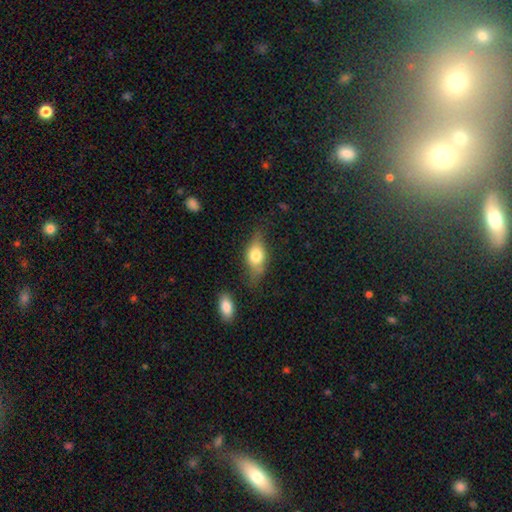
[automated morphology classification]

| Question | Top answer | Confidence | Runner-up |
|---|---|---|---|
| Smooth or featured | smooth | 62% | featured or disk (30%) |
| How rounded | in between | 77% | cigar-shaped (13%) |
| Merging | none | 59% | minor disturbance (27%) |